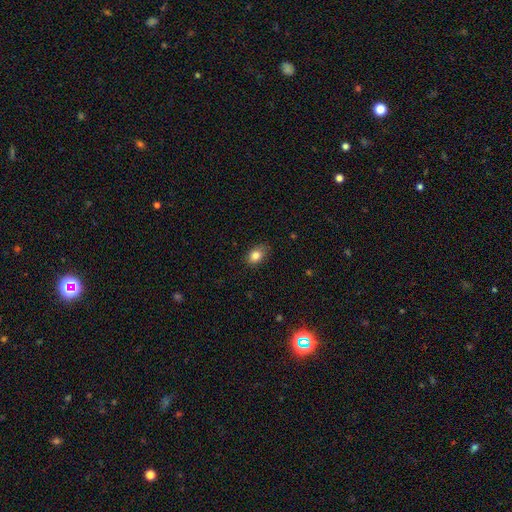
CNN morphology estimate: Smooth or featured? smooth (84%)
How rounded? in between (71%)
Merging? none (78%)